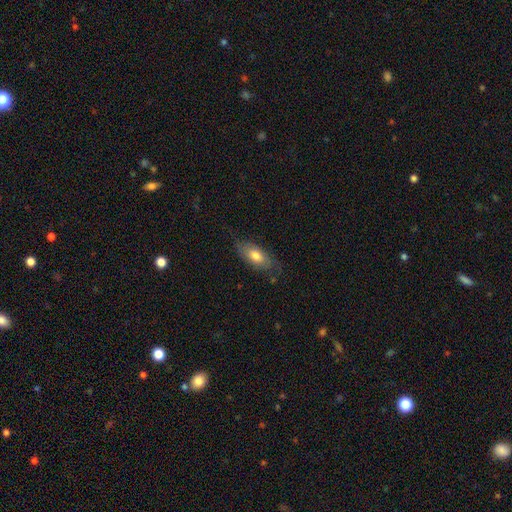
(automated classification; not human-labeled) Smooth or featured?
  - smooth: 66% *
  - featured or disk: 28%
  - star or artifact: 6%
How rounded?
  - in between: 83% *
  - cigar-shaped: 13%
  - round: 3%
Merging?
  - none: 69% *
  - minor disturbance: 23%
  - major disturbance: 7%
  - merger: 1%